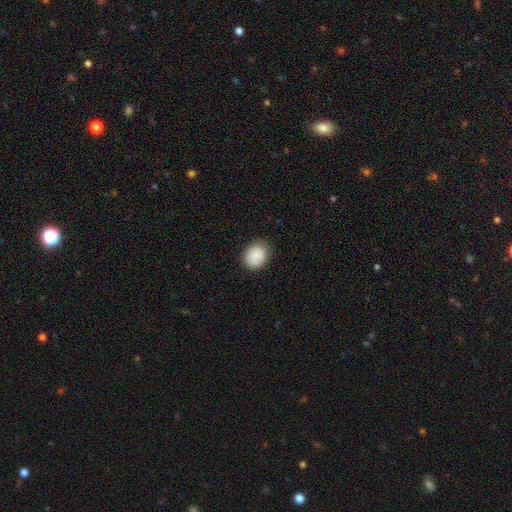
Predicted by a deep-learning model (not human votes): Morphology: type=smooth (85%); roundness=round (56%); merging=none (79%).